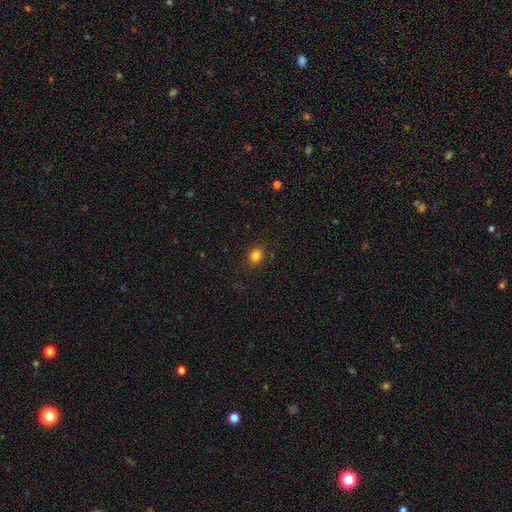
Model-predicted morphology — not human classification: smooth 83%, star or artifact 12%, featured or disk 5%. Down the decision tree: how rounded — round (61%); merging — none (87%).